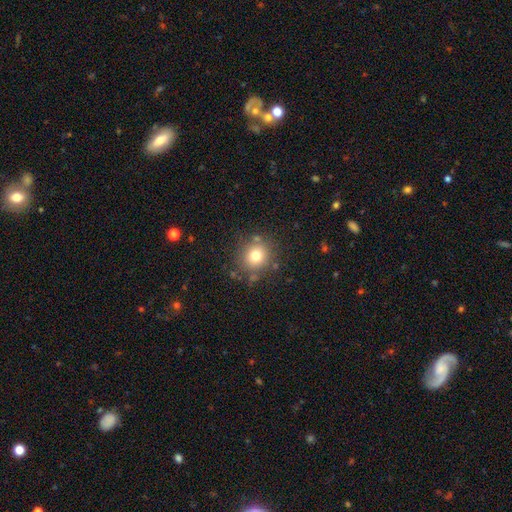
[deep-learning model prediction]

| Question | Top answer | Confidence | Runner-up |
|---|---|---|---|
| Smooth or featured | smooth | 74% | star or artifact (14%) |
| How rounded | round | 87% | in between (12%) |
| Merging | none | 80% | minor disturbance (11%) |